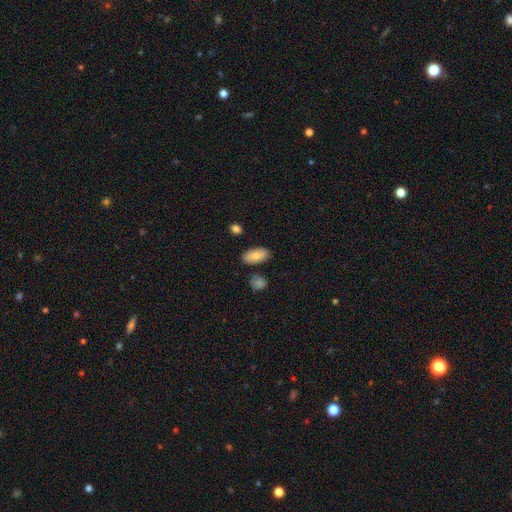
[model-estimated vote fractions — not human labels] smooth 81%, featured or disk 13%, star or artifact 7%. Down the decision tree: how rounded — in between (92%); merging — none (82%).